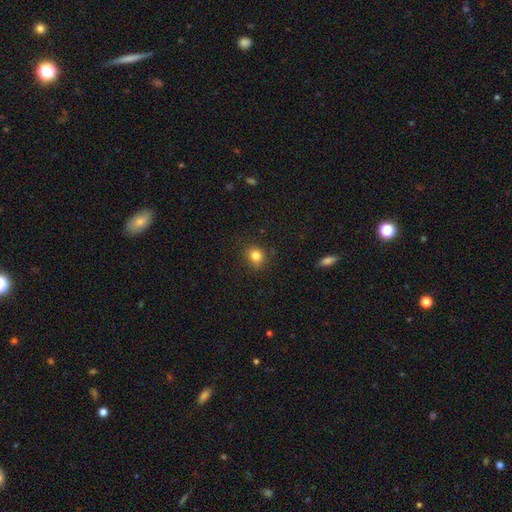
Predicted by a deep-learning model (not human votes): Smooth or featured? Predicted: smooth (p=0.83). How rounded? Predicted: round (p=0.81). Merging? Predicted: none (p=0.85).